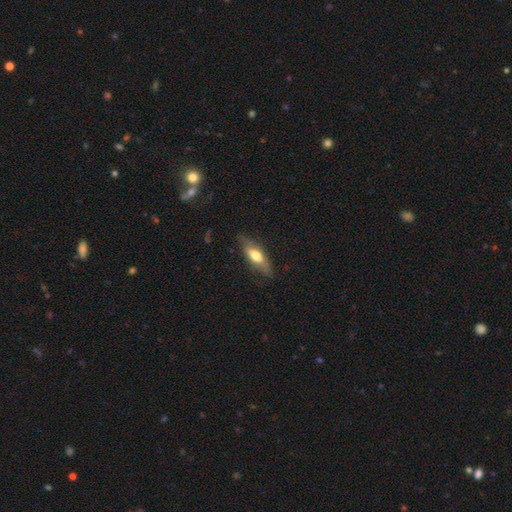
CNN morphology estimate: Smooth or featured? Predicted: smooth (p=0.55). How rounded? Predicted: in between (p=0.49, tied with cigar-shaped). Merging? Predicted: none (p=0.76).